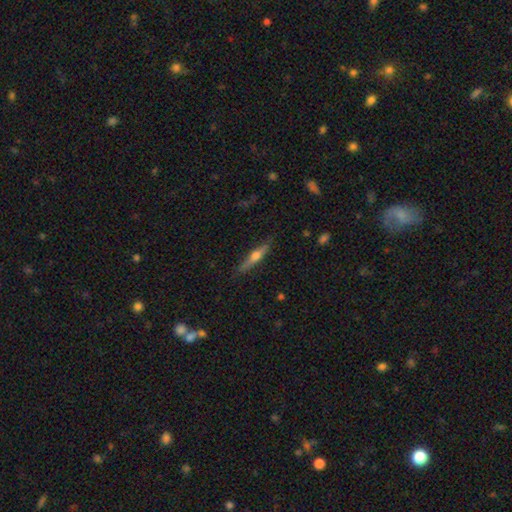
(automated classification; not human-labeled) Overall: featured or disk (52%; smooth 42%). Edge-on disk: yes (95%). Merging: none (85%).